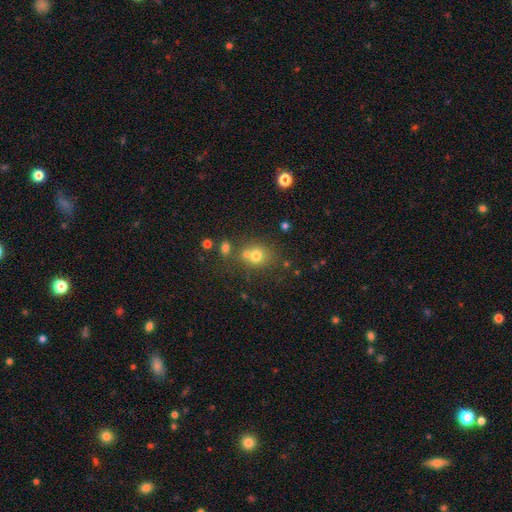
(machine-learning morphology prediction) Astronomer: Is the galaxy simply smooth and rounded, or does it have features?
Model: smooth — 71%.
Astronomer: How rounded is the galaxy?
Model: round — 75%.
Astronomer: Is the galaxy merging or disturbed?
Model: none — 51% (runner-up: merger, 34%).